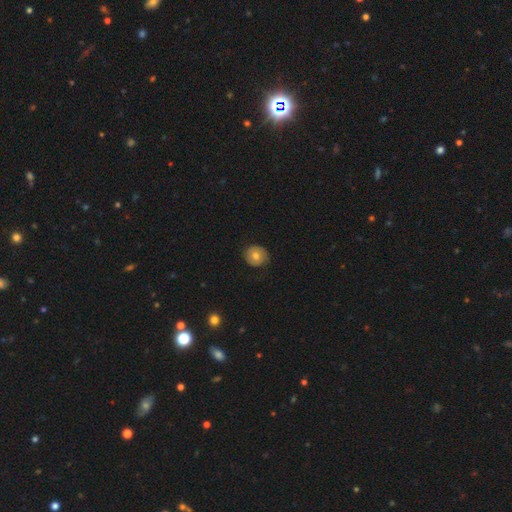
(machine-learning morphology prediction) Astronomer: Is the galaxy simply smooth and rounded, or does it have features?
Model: smooth — 62%.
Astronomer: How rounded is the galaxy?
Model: round — 83%.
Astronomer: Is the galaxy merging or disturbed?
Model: none — 80%.